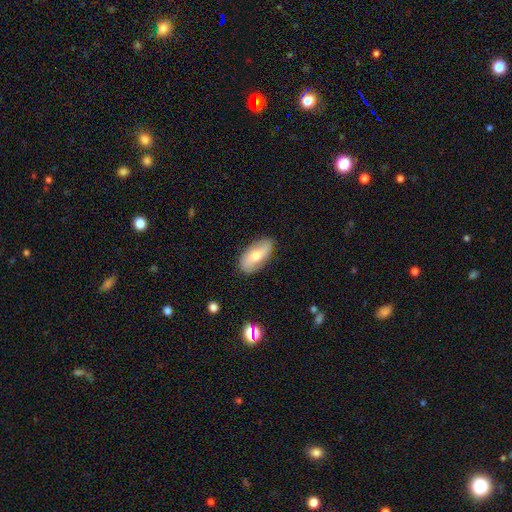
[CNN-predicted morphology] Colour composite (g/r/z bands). It shows a smooth galaxy with no disk features (51%) that is in between round and cigar-shaped (89%). Merging: none (83%).